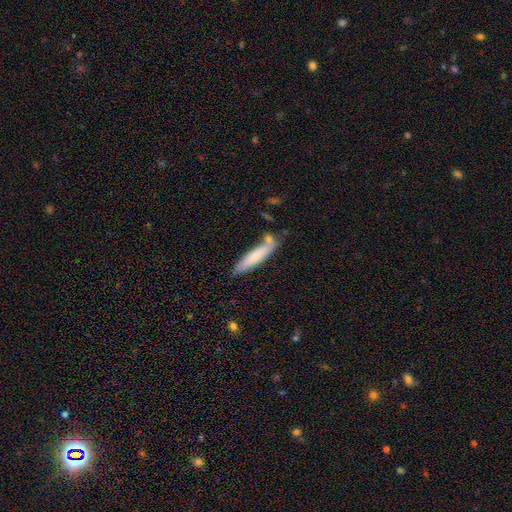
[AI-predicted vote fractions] Smooth or featured? smooth (74%)
How rounded? cigar-shaped (87%)
Merging? none (69%)